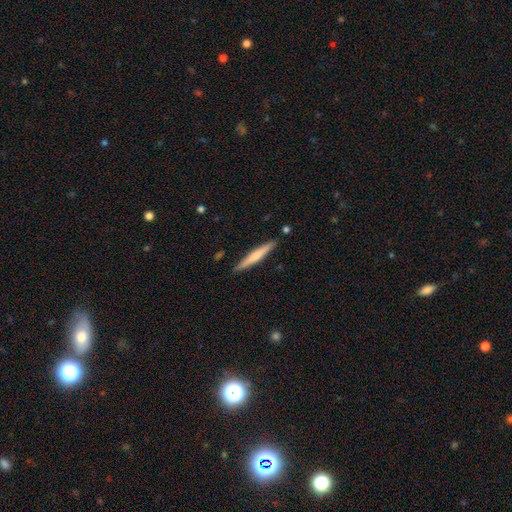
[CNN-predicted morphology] Smooth or featured? smooth (57%)
How rounded? cigar-shaped (95%)
Merging? none (88%)